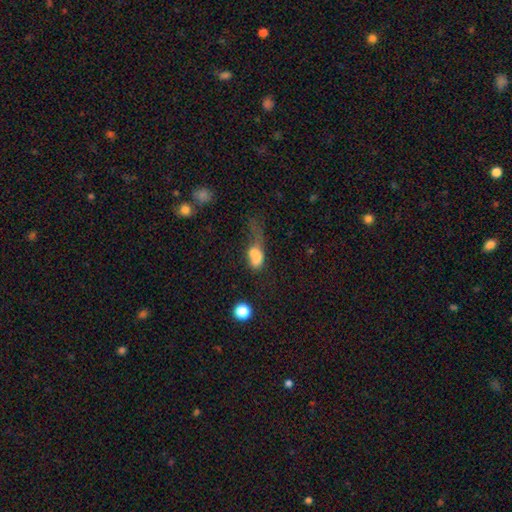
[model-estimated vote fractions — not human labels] The model was most divided on "merging": merger: 37%, major disturbance: 35%, none: 15%, minor disturbance: 13%. More confident: how rounded — in between (68%); smooth or featured — smooth (66%).